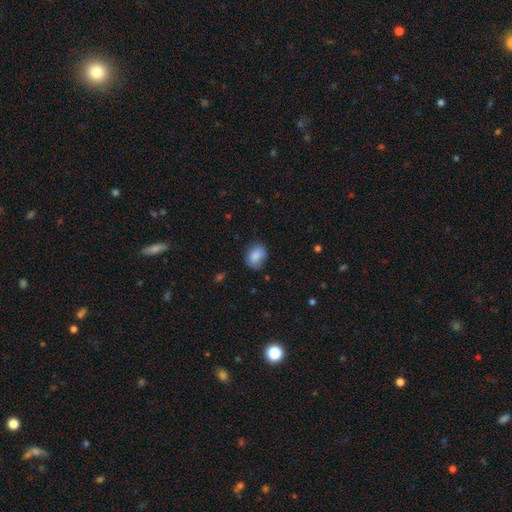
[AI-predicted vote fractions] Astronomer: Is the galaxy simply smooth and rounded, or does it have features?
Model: smooth — 85%.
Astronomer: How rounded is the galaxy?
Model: in between — 61% (runner-up: round, 37%).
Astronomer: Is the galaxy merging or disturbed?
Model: none — 74%.